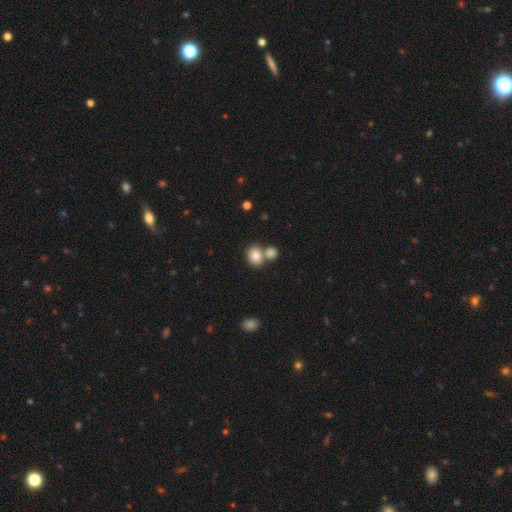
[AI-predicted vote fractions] This appears to be a smooth galaxy with no disk features (81%) that is round (66%). Merging: none (51%).